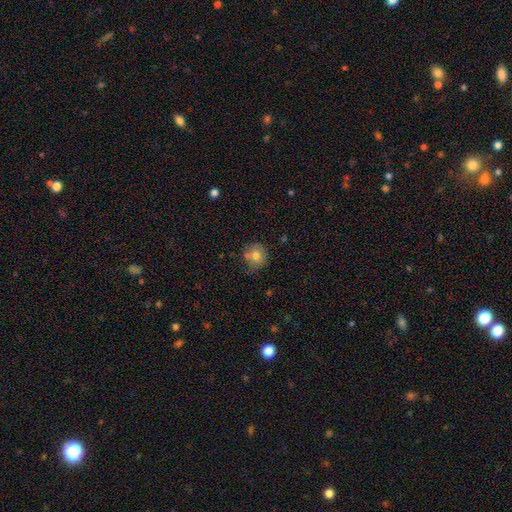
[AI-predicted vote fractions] This is likely a smooth galaxy (75%). How rounded: clearly round (86%). Merging: likely none (67%).